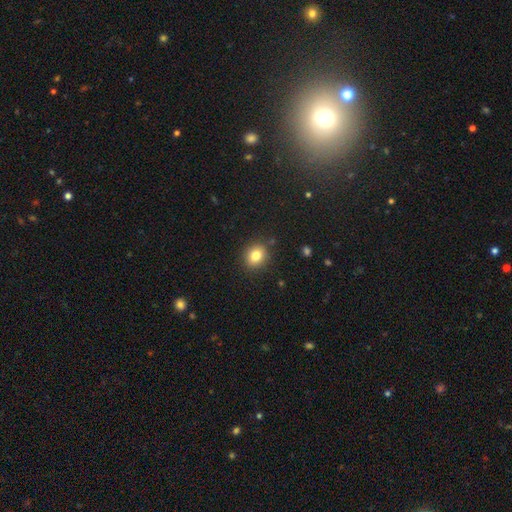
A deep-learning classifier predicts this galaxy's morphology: Smooth or featured? Predicted: smooth (p=0.82). How rounded? Predicted: round (p=0.69). Merging? Predicted: none (p=0.88).